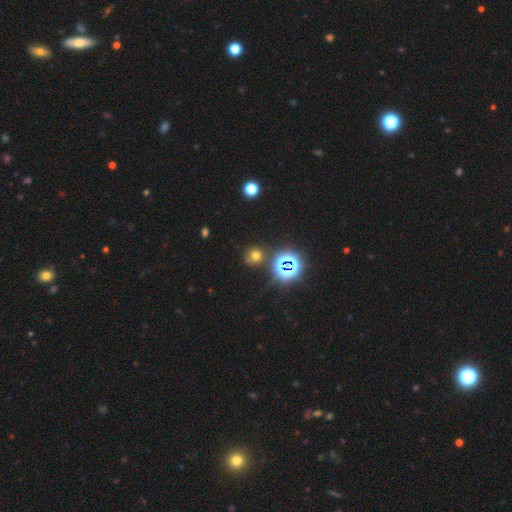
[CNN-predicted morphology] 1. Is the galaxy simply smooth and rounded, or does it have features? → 56% smooth, 34% star or artifact, 10% featured or disk.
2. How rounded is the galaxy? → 83% round, 16% in between, 1% cigar-shaped.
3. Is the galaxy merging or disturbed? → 72% none, 14% minor disturbance, 8% merger, 6% major disturbance.